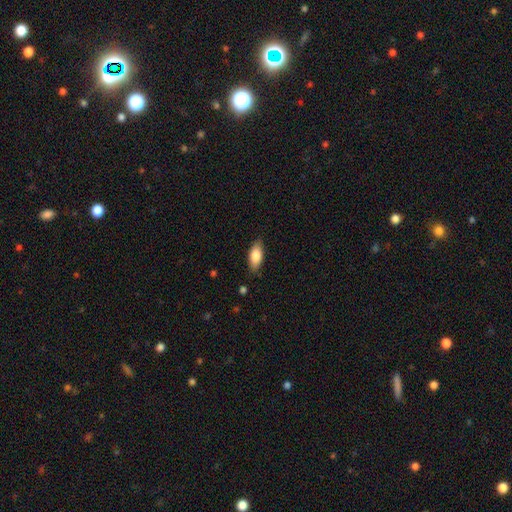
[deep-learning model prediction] Smooth or featured?
  - smooth: 82% *
  - featured or disk: 12%
  - star or artifact: 6%
How rounded?
  - in between: 85% *
  - cigar-shaped: 12%
  - round: 3%
Merging?
  - none: 84% *
  - minor disturbance: 12%
  - major disturbance: 2%
  - merger: 1%